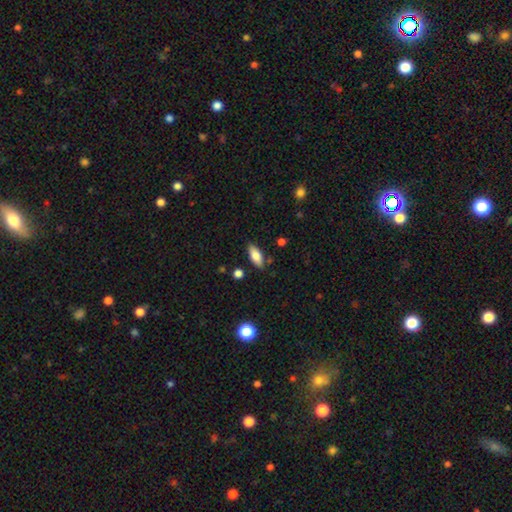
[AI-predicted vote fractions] A smooth galaxy with no disk features (79%) that is in between round and cigar-shaped (81%).

Vote fractions:
- Smooth or featured? smooth: 79% / featured or disk: 14% / star or artifact: 7%
- How rounded? in between: 81% / cigar-shaped: 17% / round: 2%
- Merging? none: 84% / minor disturbance: 11% / merger: 3% / major disturbance: 2%